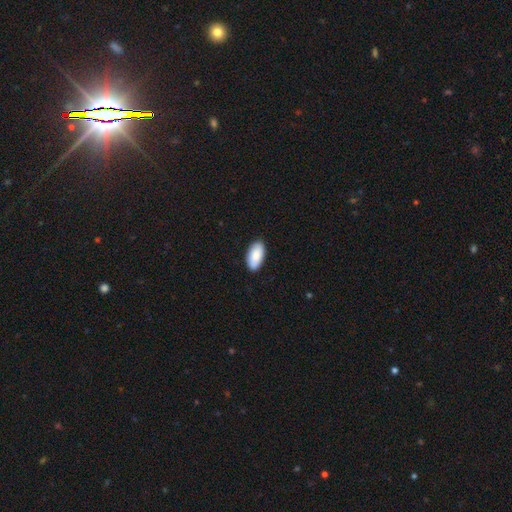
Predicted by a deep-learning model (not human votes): Overall: smooth (87%). How rounded: in between (94%). Merging: none (89%).